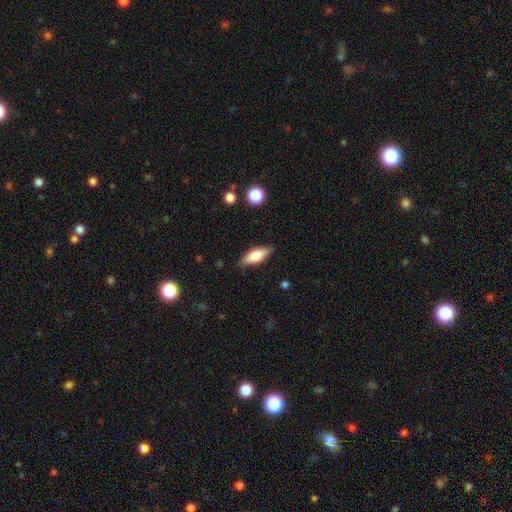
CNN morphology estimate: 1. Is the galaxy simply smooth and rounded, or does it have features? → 75% smooth, 19% featured or disk, 6% star or artifact.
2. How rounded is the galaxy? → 69% in between, 29% cigar-shaped, 2% round.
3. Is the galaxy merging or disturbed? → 85% none, 12% minor disturbance, 2% major disturbance, 1% merger.